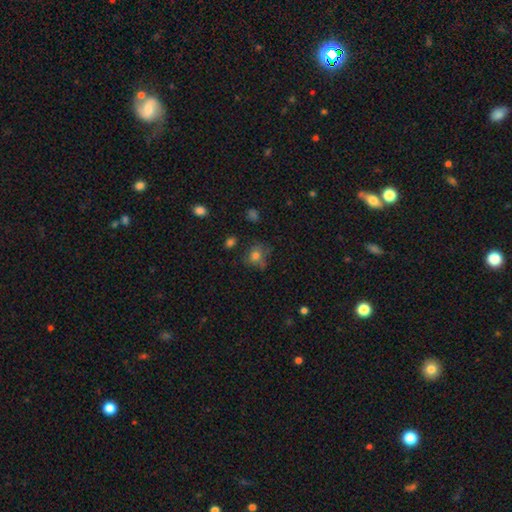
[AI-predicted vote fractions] smooth 72%, featured or disk 14%, star or artifact 14%. Down the decision tree: how rounded — round (70%); merging — none (58%).